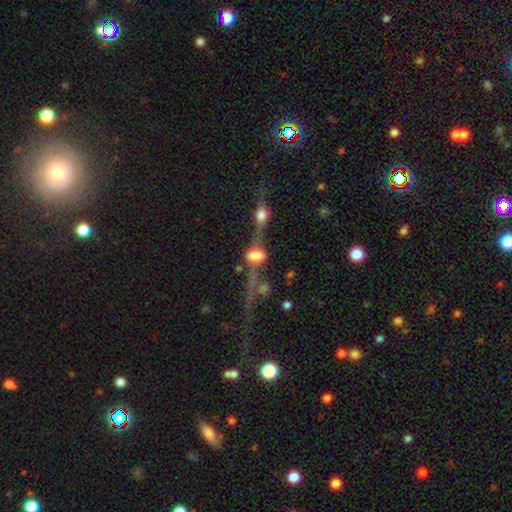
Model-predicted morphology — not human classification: Smooth or featured? Predicted: featured or disk (p=0.54). Edge-on disk? Predicted: yes (p=0.69). Merging? Predicted: merger (p=0.39).